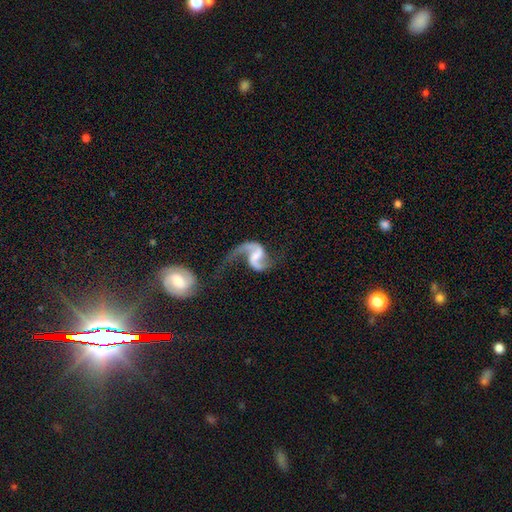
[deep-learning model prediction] smooth-or-featured: featured or disk: 90% | smooth: 5% | star or artifact: 5%
  disk-edge-on: no: 98% | yes: 2%
    bar: weak: 47% | strong: 27% | no: 25%
    has-spiral-arms: yes: 97% | no: 3%
      spiral-winding: loose: 70% | medium: 25% | tight: 5%
      spiral-arm-count: 2: 86% | 1: 10% | can't tell: 2% | 3: 1% | 4: 1% | more than 4: 1%
    bulge-size: none: 43% | small: 27% | moderate: 22% | large: 7% | dominant: 2%
  merging: none: 47% | major disturbance: 27% | minor disturbance: 18% | merger: 9%